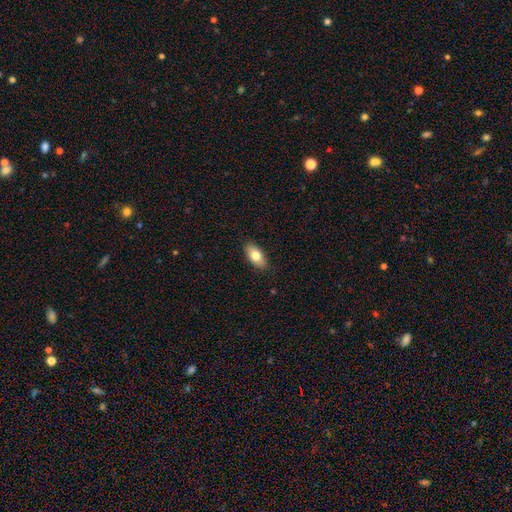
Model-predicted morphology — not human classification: A smooth galaxy with no disk features (77%) that is in between round and cigar-shaped (90%).

Vote fractions:
- Smooth or featured? smooth: 77% / featured or disk: 16% / star or artifact: 7%
- How rounded? in between: 90% / cigar-shaped: 7% / round: 4%
- Merging? none: 88% / minor disturbance: 9% / major disturbance: 2% / merger: 1%